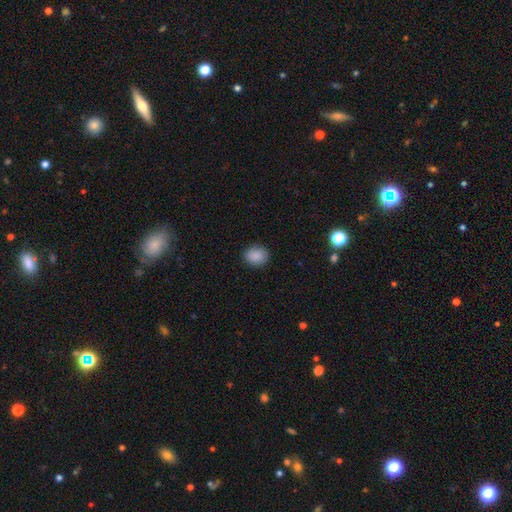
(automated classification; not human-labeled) Smooth or featured? smooth (88%)
How rounded? round (66%)
Merging? none (88%)